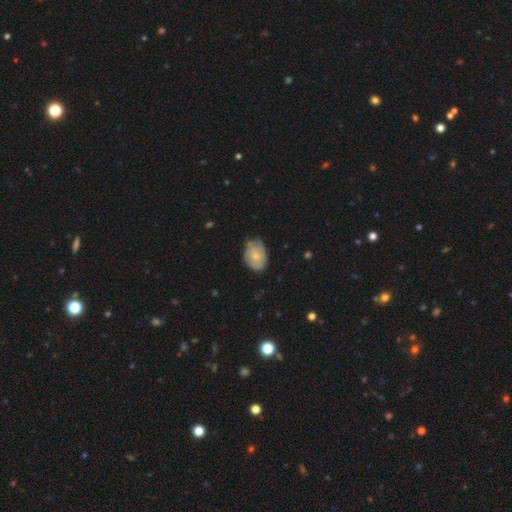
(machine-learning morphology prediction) This is possibly a smooth galaxy (60%). How rounded: likely in between (73%). Merging: likely none (61%).